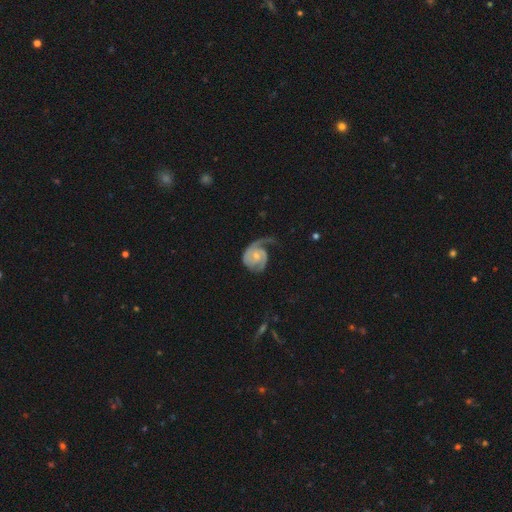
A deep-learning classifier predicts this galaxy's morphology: Smooth or featured: featured or disk — 86% (smooth — 10%)
Edge-on disk: no — 98% (yes — 2%)
Bar: no — 65% (weak — 29%)
Spiral arms: yes — 97% (no — 3%)
Spiral winding: tight — 45% (medium — 39%)
Spiral arm count: 2 — 61% (1 — 25%)
Bulge size: small — 56% (moderate — 35%)
Merging: none — 46% (major disturbance — 27%)